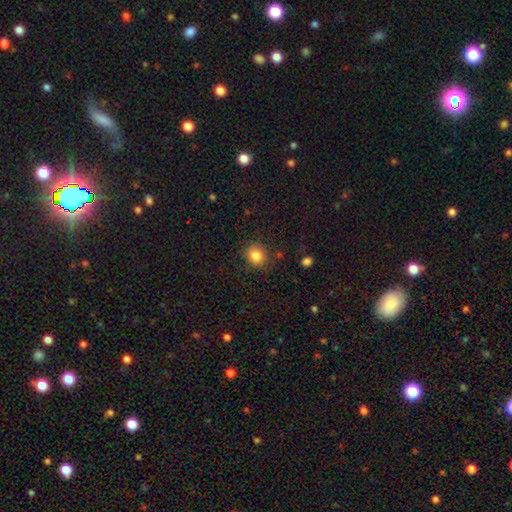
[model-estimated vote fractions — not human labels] Smooth or featured?
  - smooth: 85% *
  - star or artifact: 11%
  - featured or disk: 5%
How rounded?
  - round: 83% *
  - in between: 16%
  - cigar-shaped: 1%
Merging?
  - none: 86% *
  - minor disturbance: 10%
  - major disturbance: 3%
  - merger: 2%